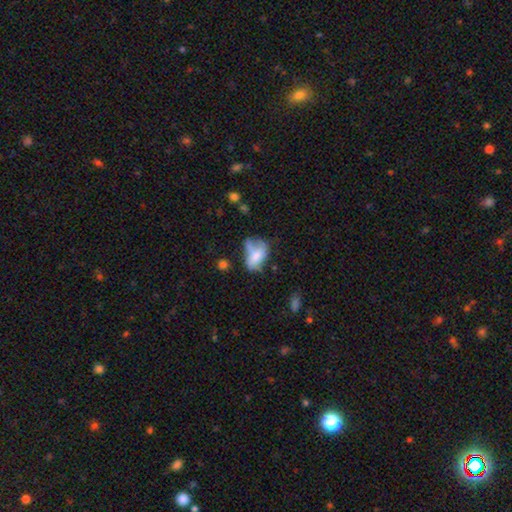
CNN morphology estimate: A smooth galaxy with no disk features (61%) that is in between round and cigar-shaped (86%). Merging: none (28%).